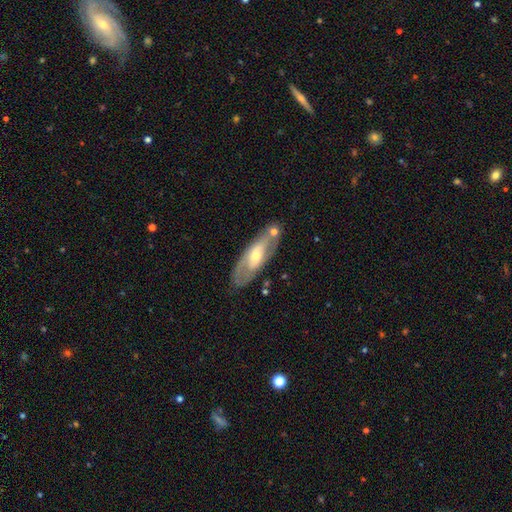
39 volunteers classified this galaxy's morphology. Smooth or featured: featured or disk — 74% (smooth — 18%)
Edge-on disk: no — 76% (yes — 24%)
Bar: no — 45% (strong — 27%)
Spiral arms: yes — 59% (no — 41%)
Spiral winding: medium — 62% (loose — 23%)
Spiral arm count: 2 — 85% (1 — 8%)
Bulge size: small — 59% (moderate — 41%)
Merging: none — 83% (merger — 8%)